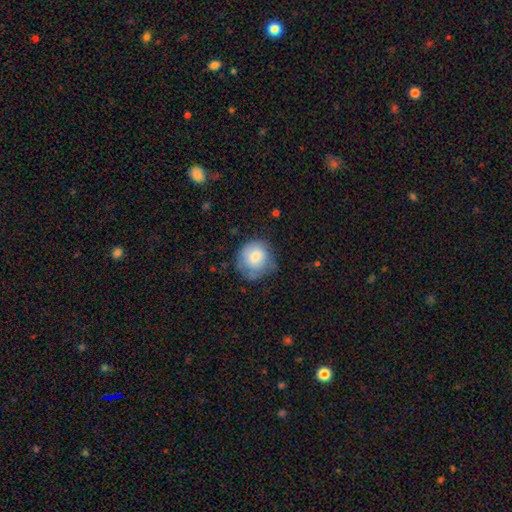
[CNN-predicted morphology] Smooth or featured: smooth — 70% (featured or disk — 23%)
How rounded: round — 86% (in between — 13%)
Merging: none — 58% (minor disturbance — 30%)